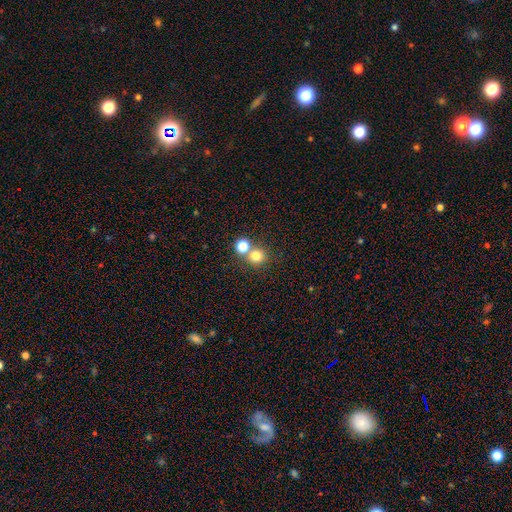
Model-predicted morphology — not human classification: This is likely a smooth galaxy (77%). How rounded: clearly round (90%). Merging: possibly none (58%).